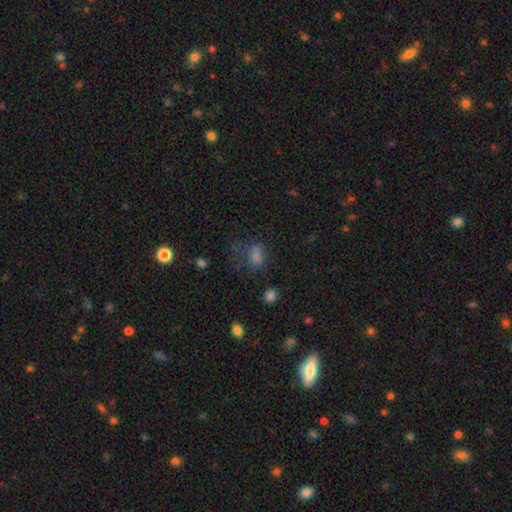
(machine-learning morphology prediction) A smooth galaxy with no disk features (61%) that is in between round and cigar-shaped (70%). Merging: none (47%).